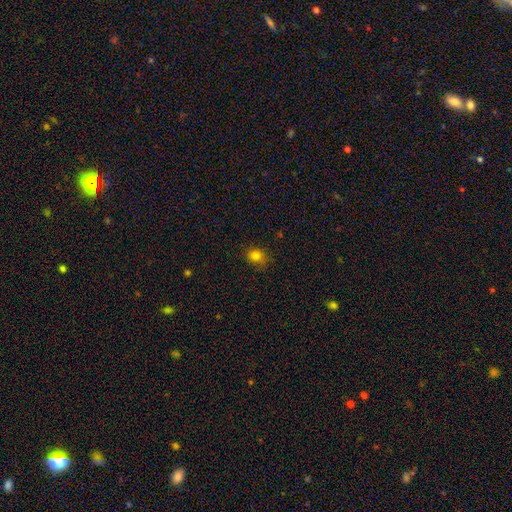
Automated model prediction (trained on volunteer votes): A smooth galaxy with no disk features (80%) that is round (63%). Merging: none (79%).